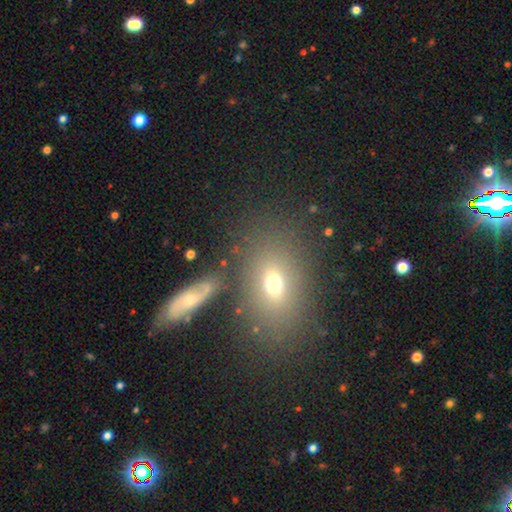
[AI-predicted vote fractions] smooth 59%, star or artifact 21%, featured or disk 19%. Down the decision tree: how rounded — in between (72%); merging — none (72%).